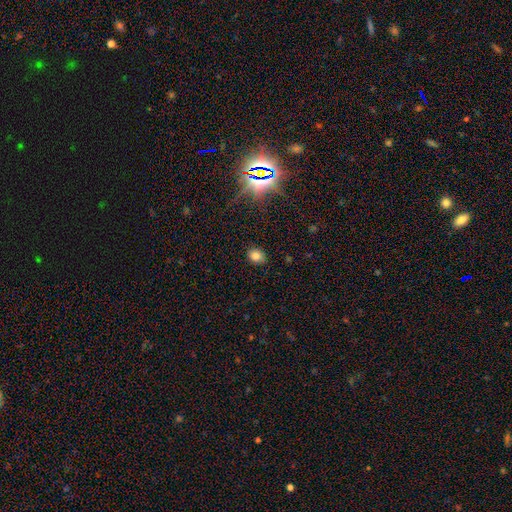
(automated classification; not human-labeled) Morphology: type=smooth (80%); roundness=in between (50%); merging=none (87%).